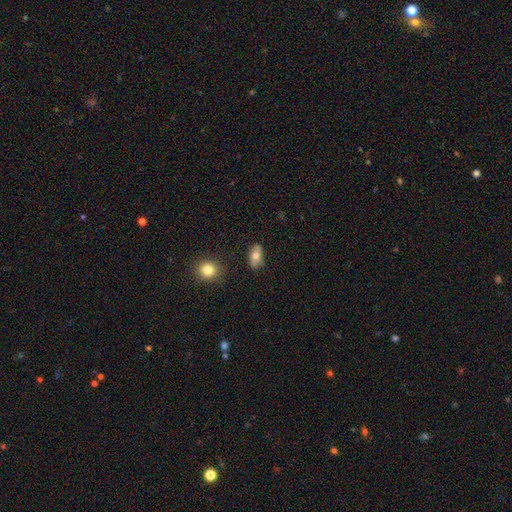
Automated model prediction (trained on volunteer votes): A smooth galaxy with no disk features (70%) that is in between round and cigar-shaped (88%).

Vote fractions:
- Smooth or featured? smooth: 70% / featured or disk: 22% / star or artifact: 8%
- How rounded? in between: 88% / round: 8% / cigar-shaped: 3%
- Merging? none: 81% / minor disturbance: 14% / major disturbance: 3% / merger: 2%